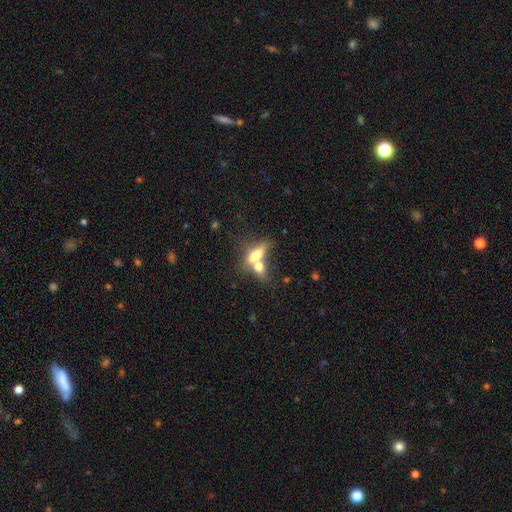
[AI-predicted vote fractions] Overall: smooth (64%; featured or disk 28%). How rounded: in between (65%; cigar-shaped 26%). Merging: merger (67%).